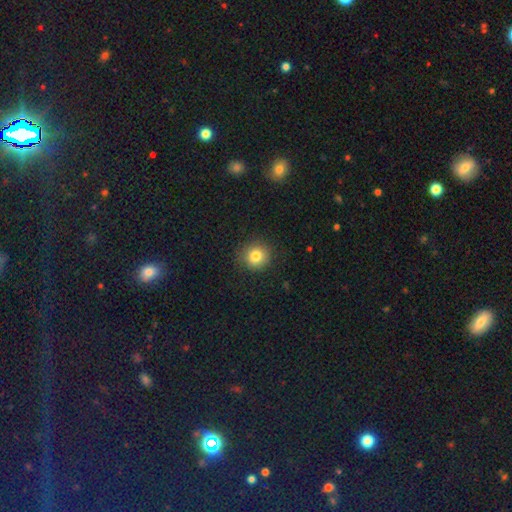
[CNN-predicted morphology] smooth-or-featured: smooth: 81% | star or artifact: 12% | featured or disk: 7%
  how-rounded: round: 90% | in between: 9% | cigar-shaped: 1%
  merging: none: 89% | minor disturbance: 8% | major disturbance: 2% | merger: 1%